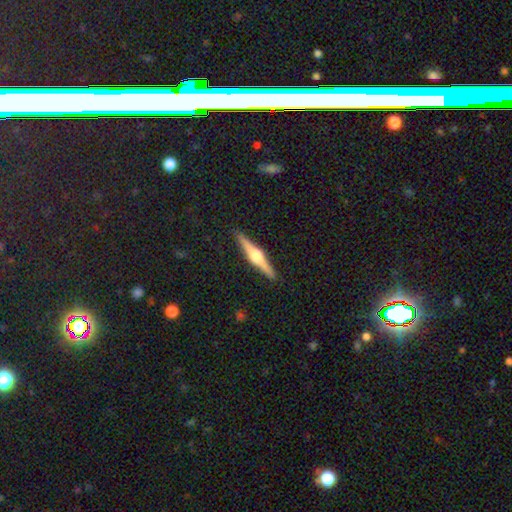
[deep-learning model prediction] A featured or disk galaxy (77%) viewed edge-on (98%) with a rounded central bulge (90%). Merging: none (92%).